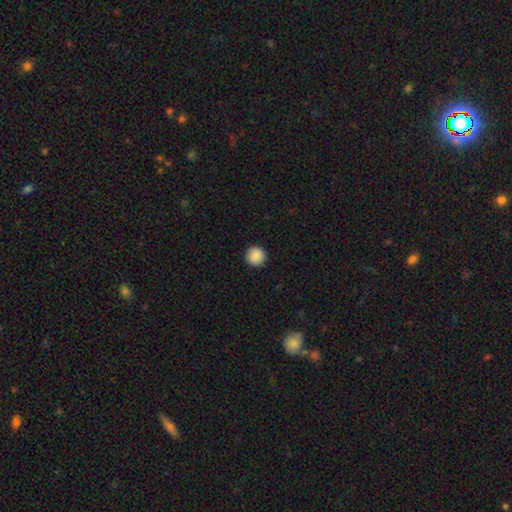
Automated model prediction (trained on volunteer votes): Overall: smooth (89%). How rounded: round (95%). Merging: none (92%).